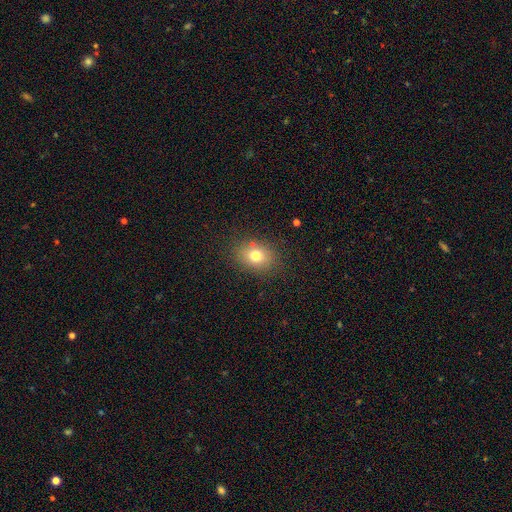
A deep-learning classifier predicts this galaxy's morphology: Smooth or featured? smooth (75%)
How rounded? in between (53%)
Merging? none (84%)